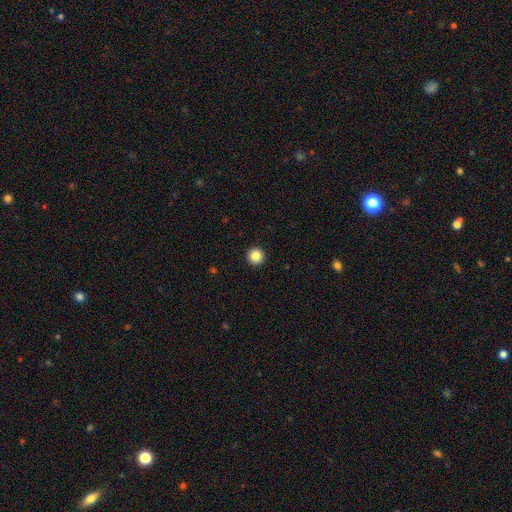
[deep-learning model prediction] The model was most divided on "smooth or featured": smooth: 86%, star or artifact: 10%, featured or disk: 4%. More confident: how rounded — round (96%); merging — none (94%).